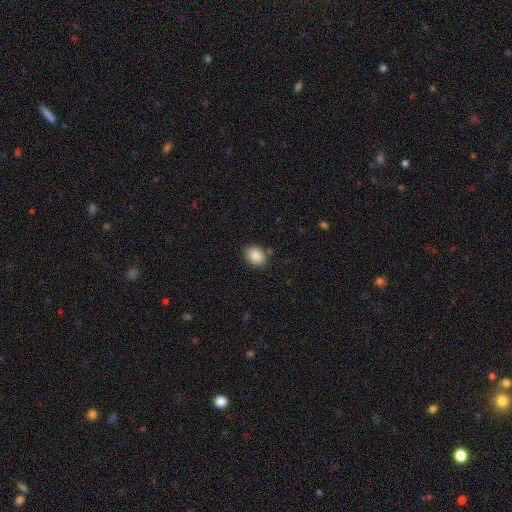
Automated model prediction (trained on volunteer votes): Overall: smooth (88%). How rounded: in between (61%; round 38%). Merging: none (80%).